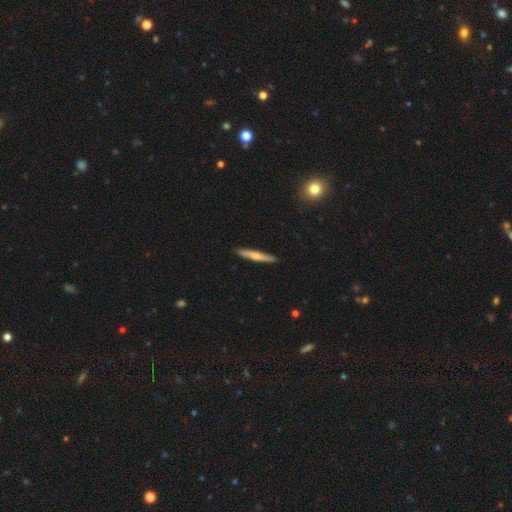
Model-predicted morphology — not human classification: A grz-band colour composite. It shows a smooth galaxy with no disk features (59%) that is cigar-shaped (94%). Merging: none (91%).